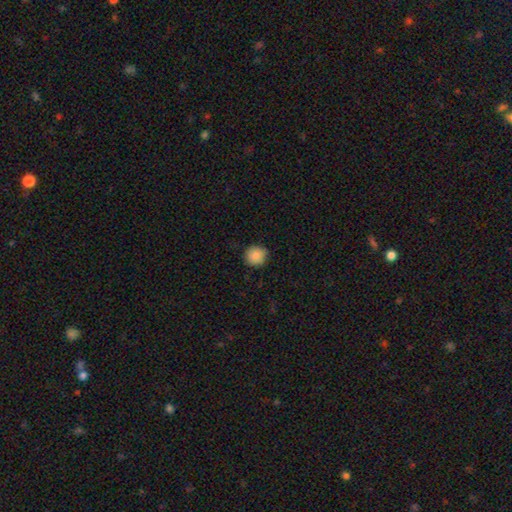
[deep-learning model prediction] Smooth or featured: smooth — 88% (star or artifact — 8%)
How rounded: round — 91% (in between — 8%)
Merging: none — 87% (minor disturbance — 10%)